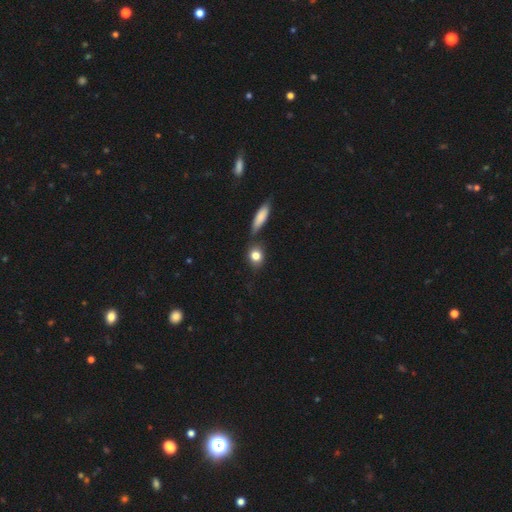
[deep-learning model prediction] Q: Smooth or featured?
A: smooth (81%); runner-up: star or artifact (10%)
Q: How rounded?
A: round (57%); runner-up: in between (39%)
Q: Merging?
A: none (69%); runner-up: merger (14%)